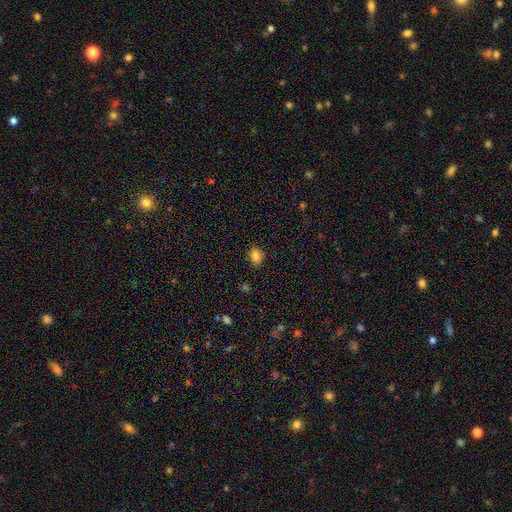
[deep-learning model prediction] This is clearly a smooth galaxy (81%). How rounded: likely in between (61%). Merging: clearly none (83%).